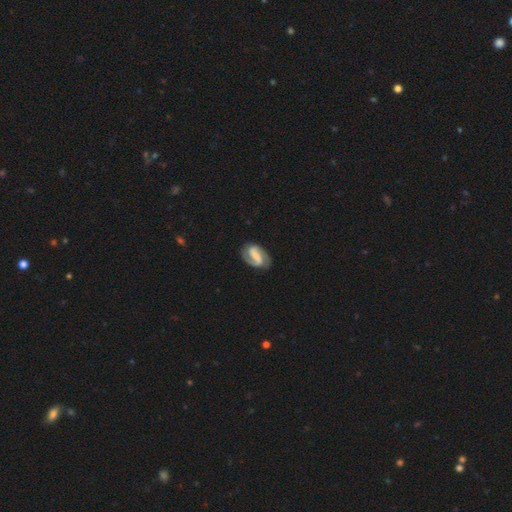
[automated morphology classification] smooth-or-featured: featured or disk: 85% | smooth: 10% | star or artifact: 5%
  disk-edge-on: no: 98% | yes: 2%
    bar: strong: 56% | weak: 32% | no: 12%
    has-spiral-arms: yes: 95% | no: 5%
      spiral-winding: medium: 47% | tight: 33% | loose: 20%
      spiral-arm-count: 2: 90% | 1: 4% | can't tell: 3% | 3: 1% | 4: 1% | more than 4: 1%
    bulge-size: none: 41% | small: 29% | moderate: 21% | large: 7% | dominant: 2%
  merging: none: 79% | minor disturbance: 14% | major disturbance: 5% | merger: 2%